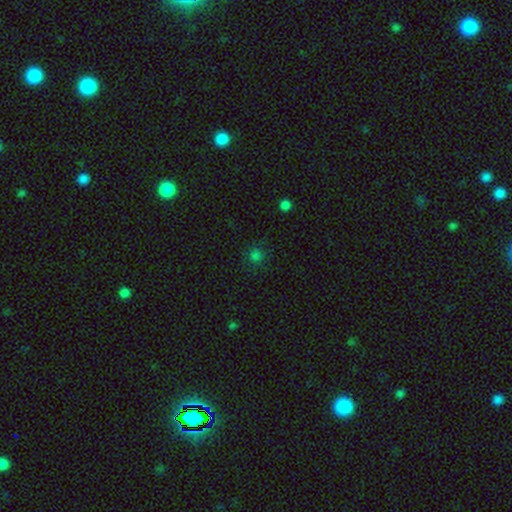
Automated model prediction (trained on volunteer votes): Morphology: type=smooth (76%); roundness=round (91%); merging=none (84%).